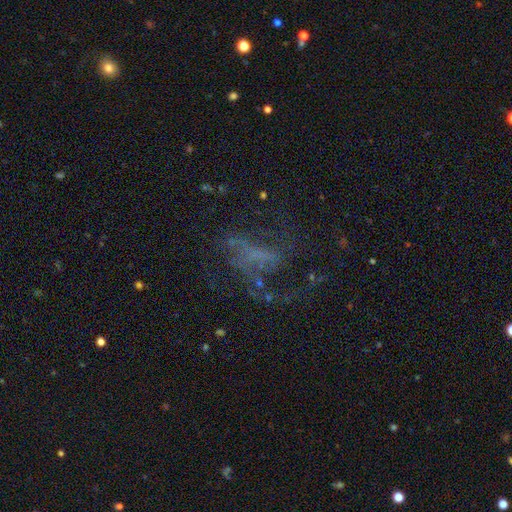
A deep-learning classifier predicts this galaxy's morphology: Smooth or featured: featured or disk — 53% (star or artifact — 29%)
Edge-on disk: no — 95% (yes — 5%)
Merging: none — 41% (major disturbance — 40%)